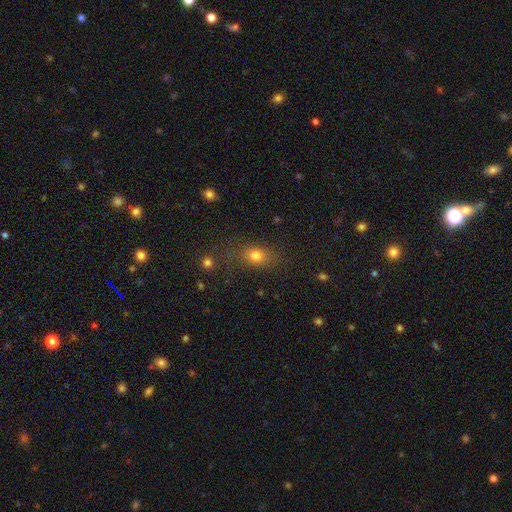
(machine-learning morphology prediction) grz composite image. It shows a smooth galaxy with no disk features (76%) that is in between round and cigar-shaped (60%). Merging: none (72%).